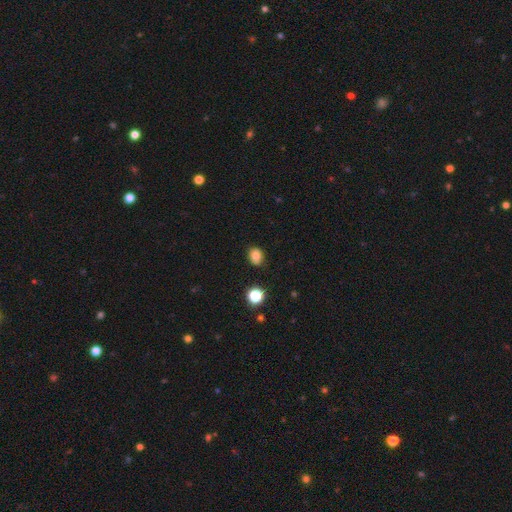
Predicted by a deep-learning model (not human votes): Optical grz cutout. It shows a smooth galaxy with no disk features (79%) that is round (50%). Merging: none (84%).